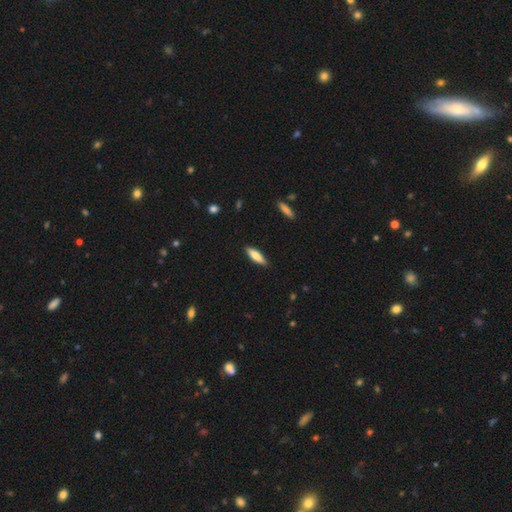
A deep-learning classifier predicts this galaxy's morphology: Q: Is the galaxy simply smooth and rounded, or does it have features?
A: smooth — 77%.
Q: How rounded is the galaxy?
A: cigar-shaped — 59%.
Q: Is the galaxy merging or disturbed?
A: none — 87%.